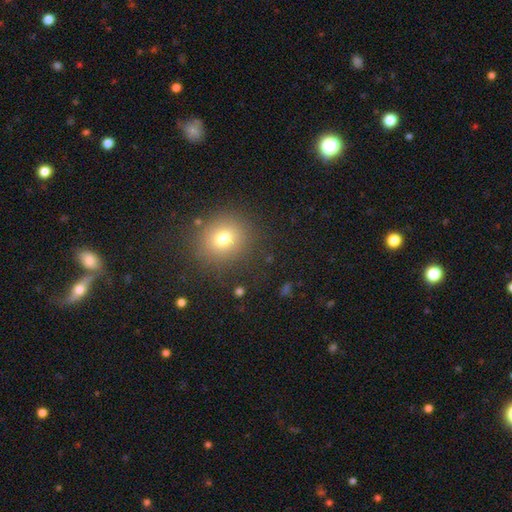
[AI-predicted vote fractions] Smooth or featured: smooth — 61% (star or artifact — 31%)
How rounded: round — 87% (in between — 12%)
Merging: none — 89% (minor disturbance — 6%)